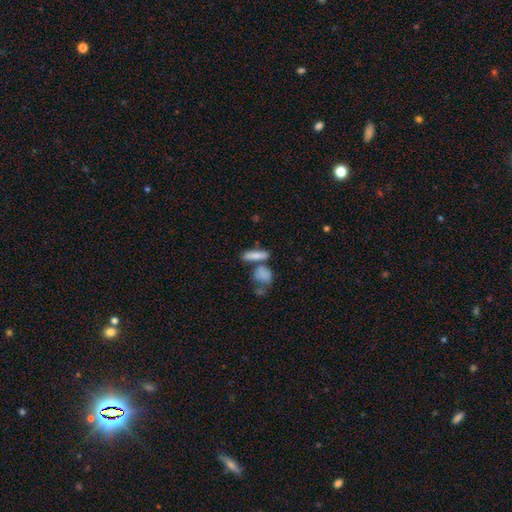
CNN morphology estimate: The model was most divided on "how rounded": cigar-shaped: 53%, in between: 40%, round: 6%. More confident: smooth or featured — smooth (75%); merging — none (54%).